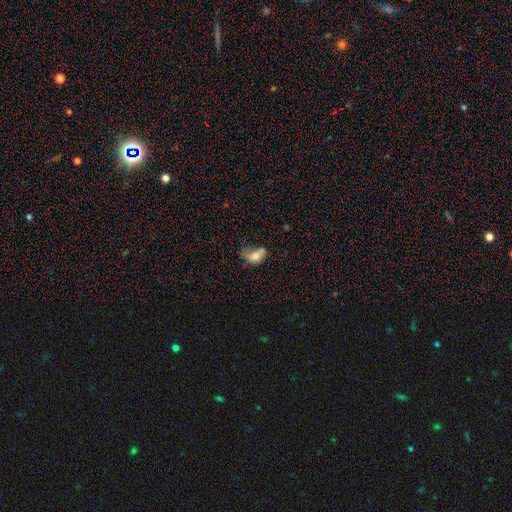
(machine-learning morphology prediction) Overall: smooth (66%). How rounded: in between (80%). Merging: major disturbance (37%; minor disturbance 27%).